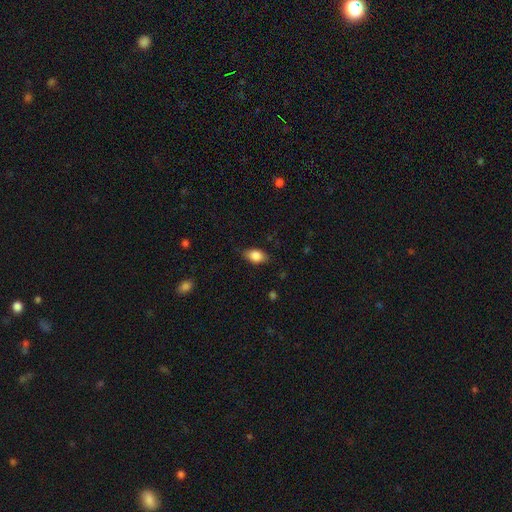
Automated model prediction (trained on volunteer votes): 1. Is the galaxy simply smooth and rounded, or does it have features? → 84% smooth, 8% featured or disk, 7% star or artifact.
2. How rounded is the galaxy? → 86% in between, 11% round, 3% cigar-shaped.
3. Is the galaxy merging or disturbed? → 80% none, 16% minor disturbance, 3% major disturbance, 1% merger.